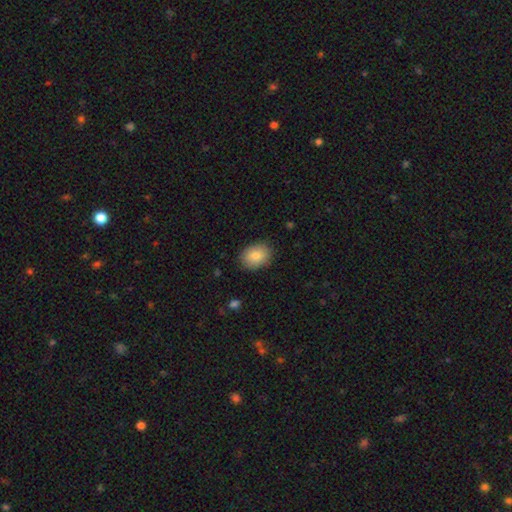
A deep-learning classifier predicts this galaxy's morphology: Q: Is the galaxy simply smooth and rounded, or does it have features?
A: smooth — 83%.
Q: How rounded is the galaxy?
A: in between — 65%.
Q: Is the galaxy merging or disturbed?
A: none — 87%.